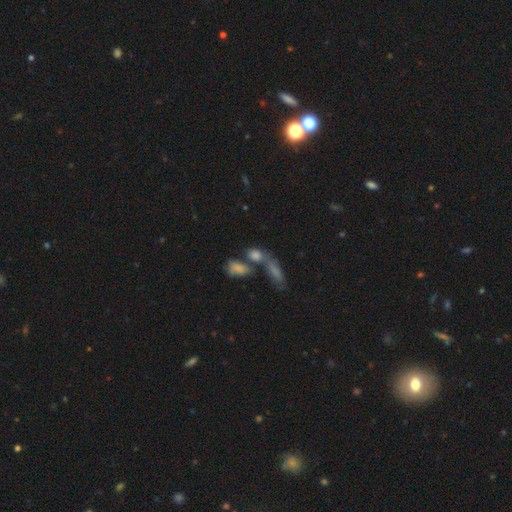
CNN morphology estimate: smooth_or_featured: smooth (p=0.64) [alt: featured or disk p=0.20]
how_rounded: in between (p=0.70) [alt: cigar-shaped p=0.17]
merging: merger (p=0.52) [alt: none p=0.32]